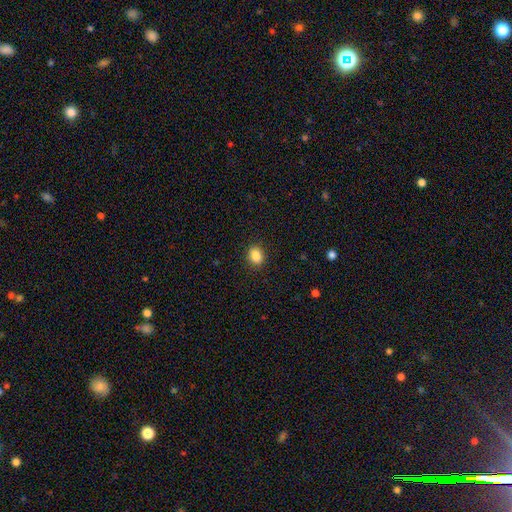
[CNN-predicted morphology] This is clearly a smooth galaxy (86%). How rounded: possibly in between (54%). Merging: clearly none (89%).